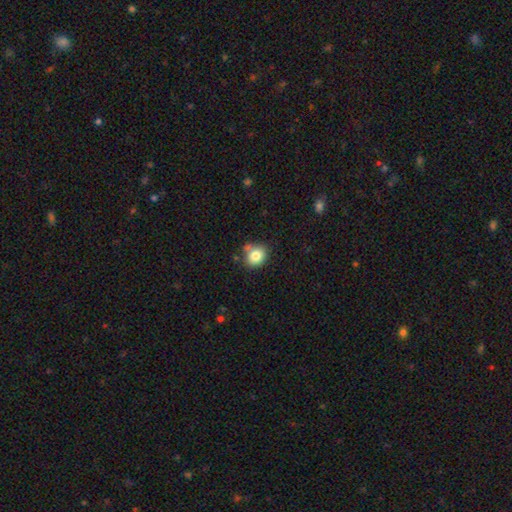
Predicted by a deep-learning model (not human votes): This is clearly a smooth galaxy (81%). How rounded: likely round (67%). Merging: likely none (67%).